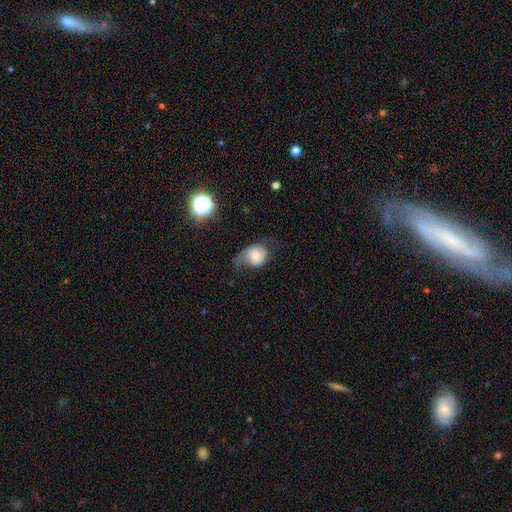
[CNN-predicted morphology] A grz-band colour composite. It shows a smooth galaxy with no disk features (54%) that is round (59%). Merging: none (41%).